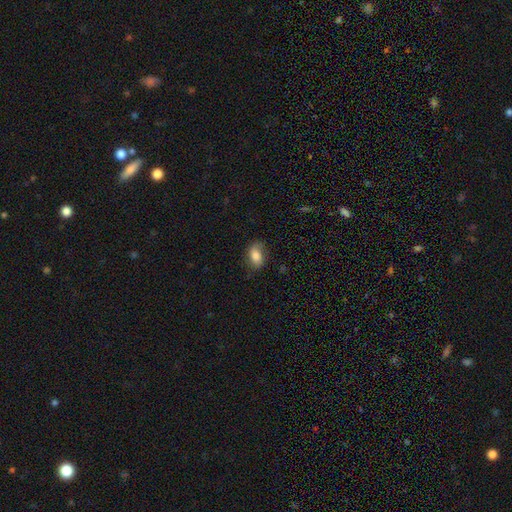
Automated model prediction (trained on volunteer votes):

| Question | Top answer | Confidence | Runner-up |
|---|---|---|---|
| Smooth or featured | smooth | 77% | featured or disk (15%) |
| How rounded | in between | 87% | round (10%) |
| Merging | none | 74% | minor disturbance (20%) |